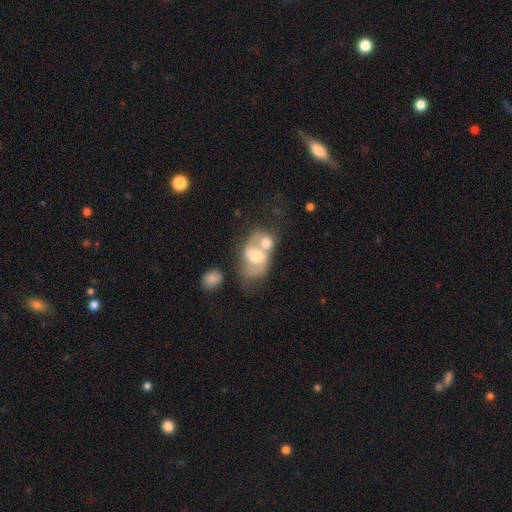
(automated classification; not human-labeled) A featured or disk galaxy (64%) with no bar (53%), spiral arms (72%) and a moderate central bulge (64%).

Vote fractions:
- Smooth or featured? featured or disk: 64% / smooth: 29% / star or artifact: 7%
- Edge-on disk? no: 97% / yes: 3%
- Bar? no: 53% / weak: 35% / strong: 12%
- Spiral arms? yes: 72% / no: 28%
- Bulge size? moderate: 64% / small: 22% / large: 10% / none: 3% / dominant: 2%
- Merging? merger: 58% / none: 22% / minor disturbance: 11% / major disturbance: 9%